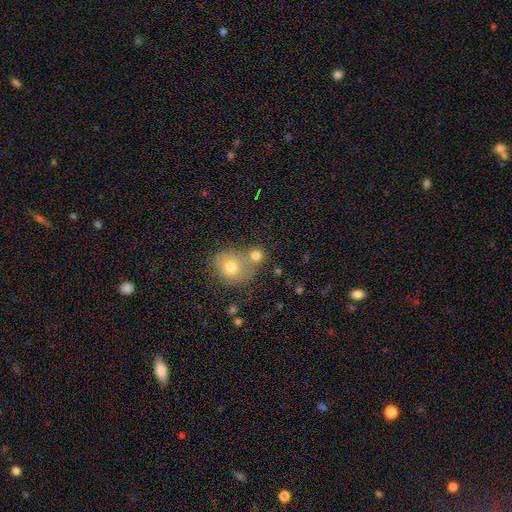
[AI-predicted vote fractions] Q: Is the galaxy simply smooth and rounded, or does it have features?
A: smooth — 75%.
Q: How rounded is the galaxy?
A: round — 81%.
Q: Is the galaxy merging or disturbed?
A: none — 48%.